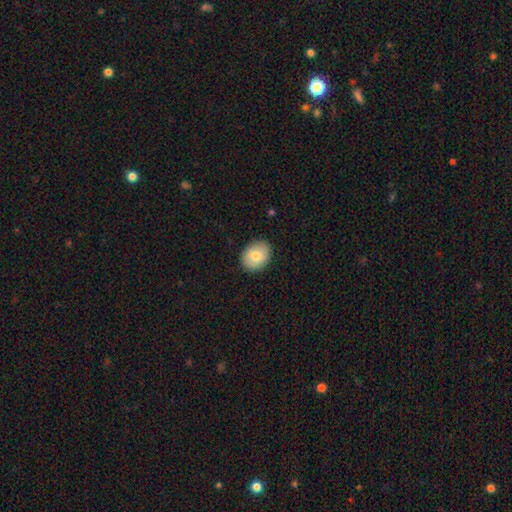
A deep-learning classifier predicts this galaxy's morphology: This appears to be a smooth galaxy with no disk features (79%) that is in between round and cigar-shaped (56%). Merging: none (88%).